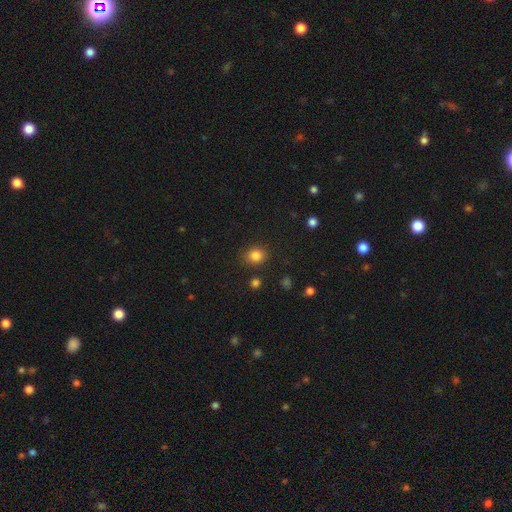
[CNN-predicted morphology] Q: Smooth or featured?
A: smooth (83%); runner-up: star or artifact (12%)
Q: How rounded?
A: round (73%); runner-up: in between (26%)
Q: Merging?
A: none (85%); runner-up: minor disturbance (9%)